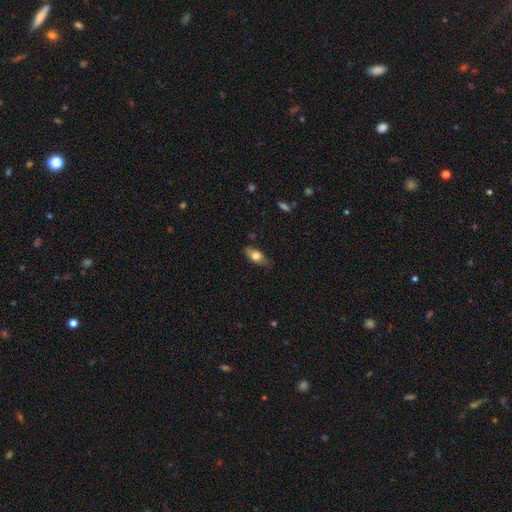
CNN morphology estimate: smooth_or_featured: smooth (p=0.72) [alt: featured or disk p=0.22]
how_rounded: in between (p=0.82) [alt: cigar-shaped p=0.14]
merging: none (p=0.77) [alt: minor disturbance p=0.19]